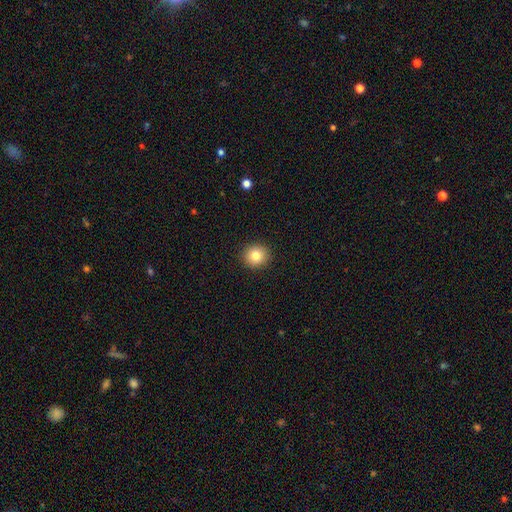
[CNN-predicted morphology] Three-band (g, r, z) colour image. It shows a smooth galaxy with no disk features (81%) that is round (89%). Merging: none (92%).